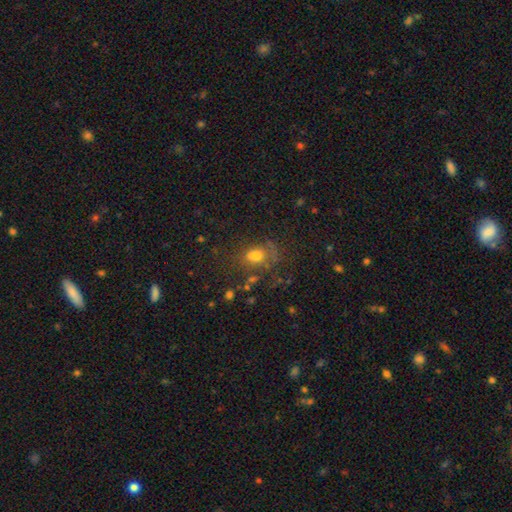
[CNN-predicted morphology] smooth 62%, star or artifact 20%, featured or disk 18%. Down the decision tree: how rounded — in between (57%); merging — none (47%).